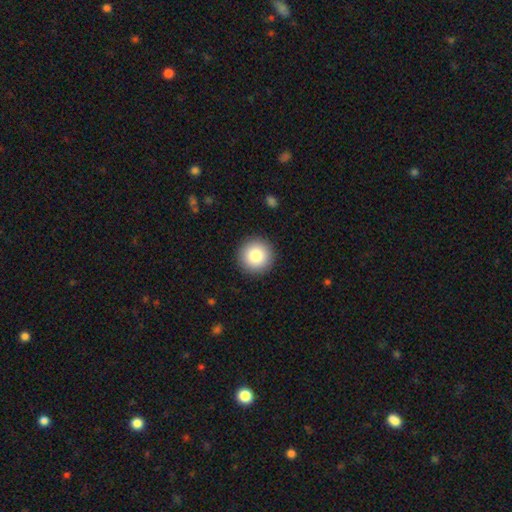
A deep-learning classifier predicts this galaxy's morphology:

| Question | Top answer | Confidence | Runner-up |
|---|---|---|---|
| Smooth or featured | smooth | 85% | star or artifact (8%) |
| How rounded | round | 96% | in between (3%) |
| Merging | none | 92% | minor disturbance (5%) |